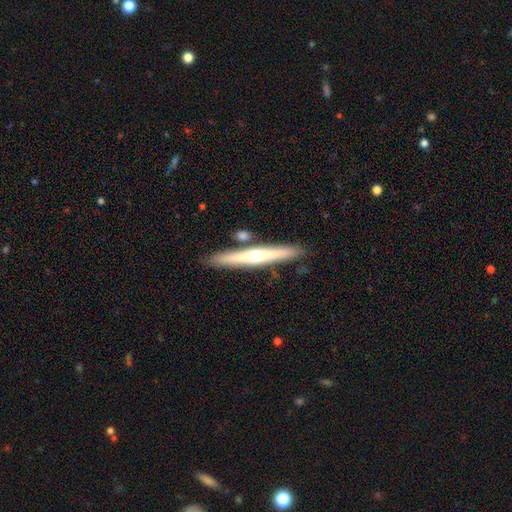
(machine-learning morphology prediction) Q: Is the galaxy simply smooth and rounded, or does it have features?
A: featured or disk — 59%.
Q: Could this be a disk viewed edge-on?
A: yes — 95%.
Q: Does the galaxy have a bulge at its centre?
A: rounded — 83%.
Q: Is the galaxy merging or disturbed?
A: none — 83%.